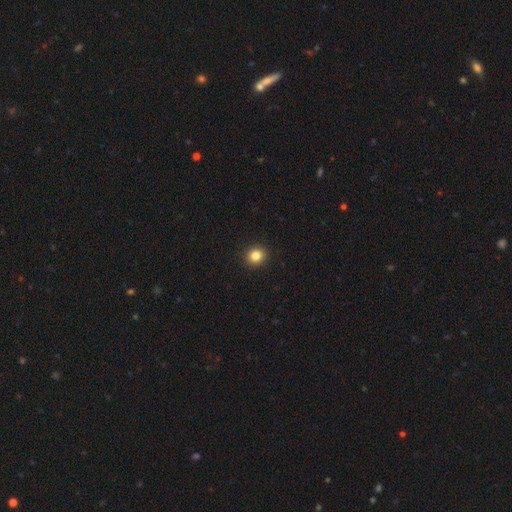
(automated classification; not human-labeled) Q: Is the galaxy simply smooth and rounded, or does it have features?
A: smooth — 83%.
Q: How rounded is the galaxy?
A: round — 88%.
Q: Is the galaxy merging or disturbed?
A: none — 93%.